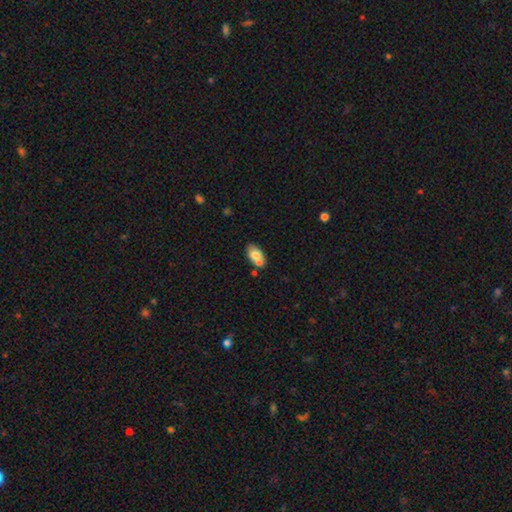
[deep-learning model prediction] A smooth galaxy with no disk features (73%) that is in between round and cigar-shaped (90%). Merging: none (53%).